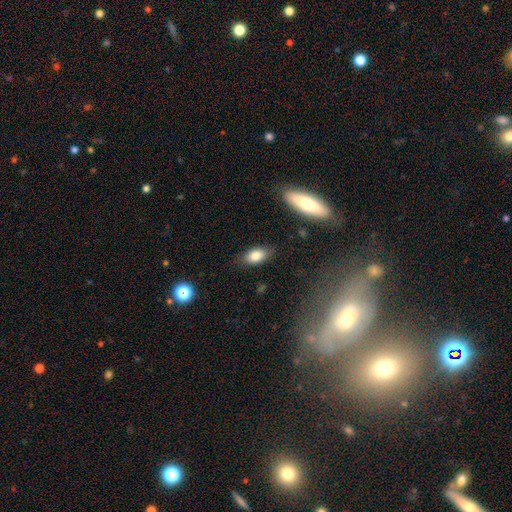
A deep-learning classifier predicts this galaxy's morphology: Smooth or featured: smooth — 83% (featured or disk — 10%)
How rounded: in between — 89% (round — 6%)
Merging: none — 82% (minor disturbance — 14%)